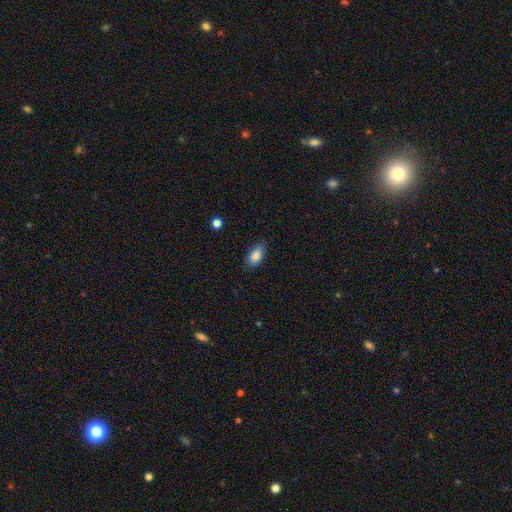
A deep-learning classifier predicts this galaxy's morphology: smooth_or_featured: smooth (p=0.83) [alt: featured or disk p=0.09]
how_rounded: in between (p=0.91) [alt: round p=0.05]
merging: none (p=0.83) [alt: minor disturbance p=0.14]